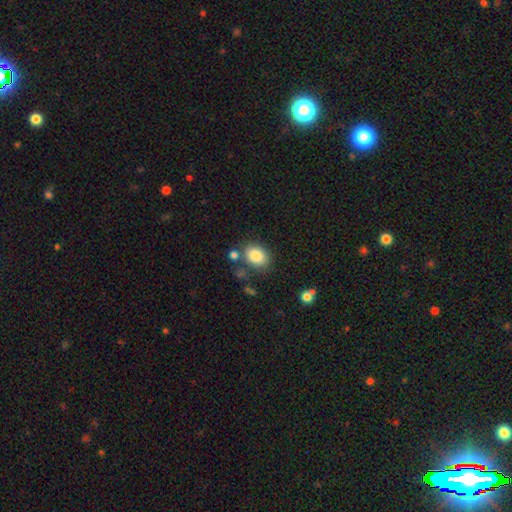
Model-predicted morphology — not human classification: Smooth or featured?
  - smooth: 84% *
  - star or artifact: 9%
  - featured or disk: 7%
How rounded?
  - in between: 67% *
  - round: 32%
  - cigar-shaped: 1%
Merging?
  - none: 73% *
  - minor disturbance: 14%
  - merger: 9%
  - major disturbance: 4%